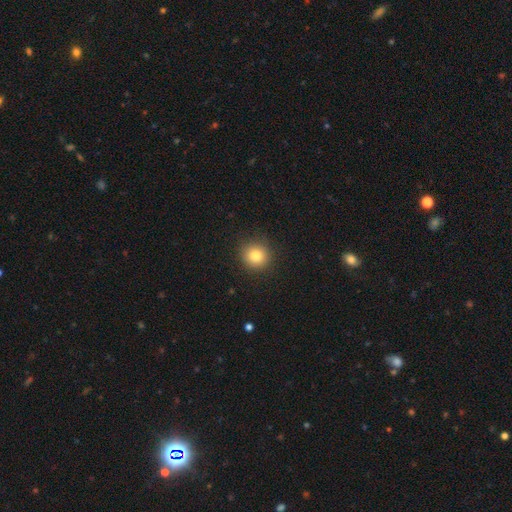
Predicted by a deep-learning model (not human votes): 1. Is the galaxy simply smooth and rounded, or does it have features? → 82% smooth, 11% star or artifact, 6% featured or disk.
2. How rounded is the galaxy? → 92% round, 7% in between, 1% cigar-shaped.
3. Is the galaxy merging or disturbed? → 89% none, 7% minor disturbance, 2% major disturbance, 1% merger.